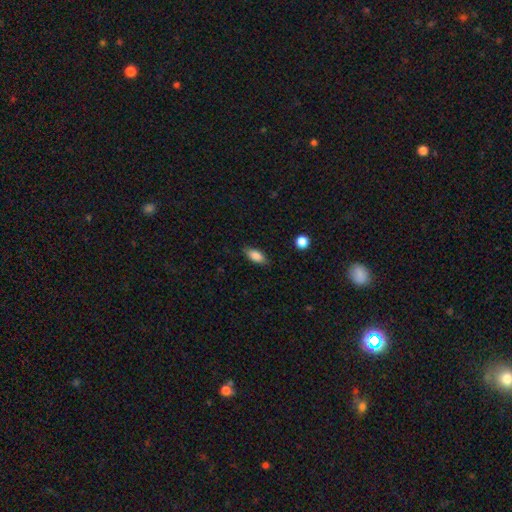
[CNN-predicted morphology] smooth_or_featured: smooth (p=0.83) [alt: featured or disk p=0.10]
how_rounded: in between (p=0.83) [alt: cigar-shaped p=0.13]
merging: none (p=0.82) [alt: minor disturbance p=0.14]